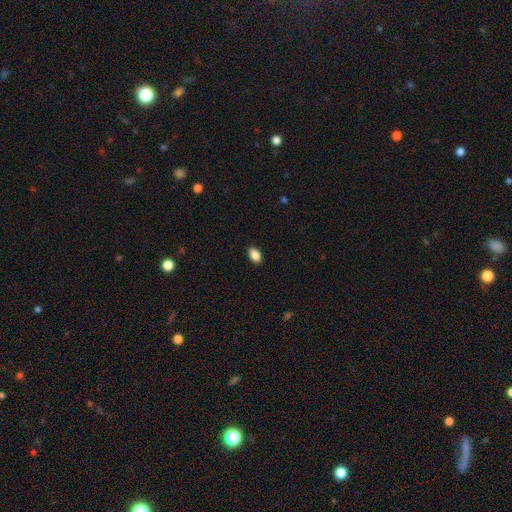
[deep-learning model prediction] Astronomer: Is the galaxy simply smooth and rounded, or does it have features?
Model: smooth — 89%.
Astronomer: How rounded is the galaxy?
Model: in between — 89%.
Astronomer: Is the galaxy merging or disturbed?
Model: none — 89%.